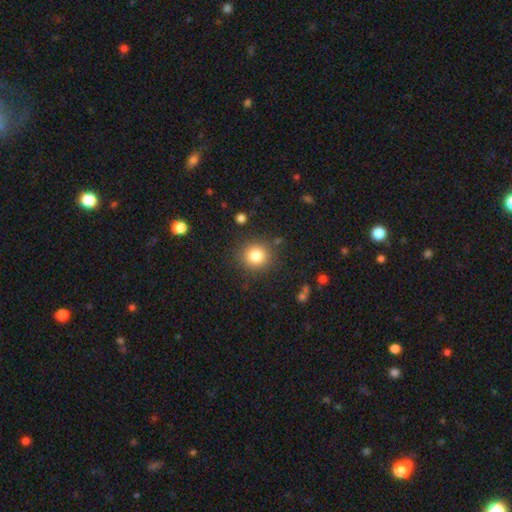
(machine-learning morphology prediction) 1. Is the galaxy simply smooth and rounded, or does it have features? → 83% smooth, 11% star or artifact, 6% featured or disk.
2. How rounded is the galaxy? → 90% round, 10% in between, 1% cigar-shaped.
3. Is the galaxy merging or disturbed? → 87% none, 8% minor disturbance, 3% major disturbance, 2% merger.